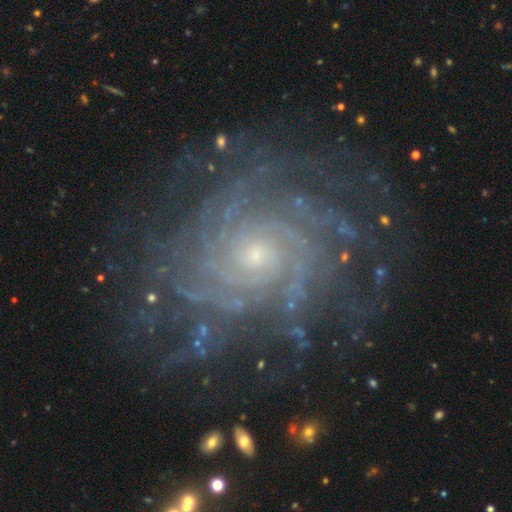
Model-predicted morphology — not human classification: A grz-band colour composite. It shows a featured or disk galaxy (87%) with no bar (78%), more than 4 (29%) tight (75%) spiral arms (97%) and a small central bulge (75%). Merging: none (79%).